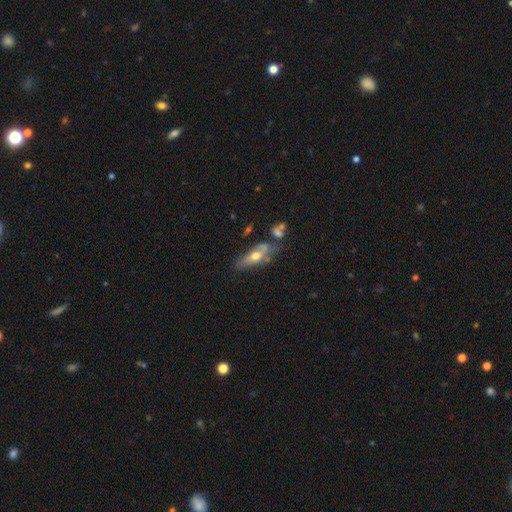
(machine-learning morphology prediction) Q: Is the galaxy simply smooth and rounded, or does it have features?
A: smooth — 47%.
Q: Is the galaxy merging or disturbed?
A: none — 48%.